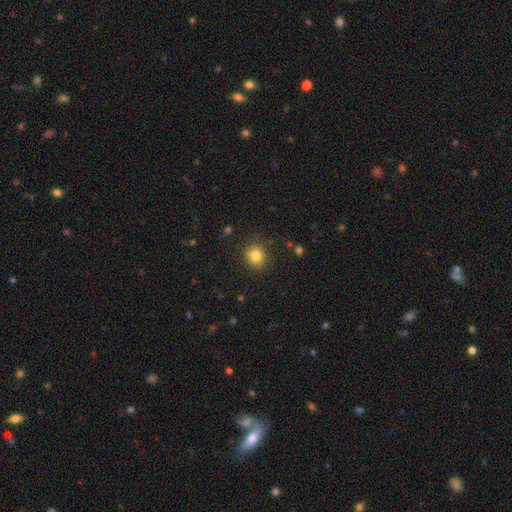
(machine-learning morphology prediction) A smooth galaxy with no disk features (83%) that is round (77%).

Vote fractions:
- Smooth or featured? smooth: 83% / star or artifact: 11% / featured or disk: 6%
- How rounded? round: 77% / in between: 22% / cigar-shaped: 1%
- Merging? none: 86% / minor disturbance: 10% / major disturbance: 3% / merger: 2%